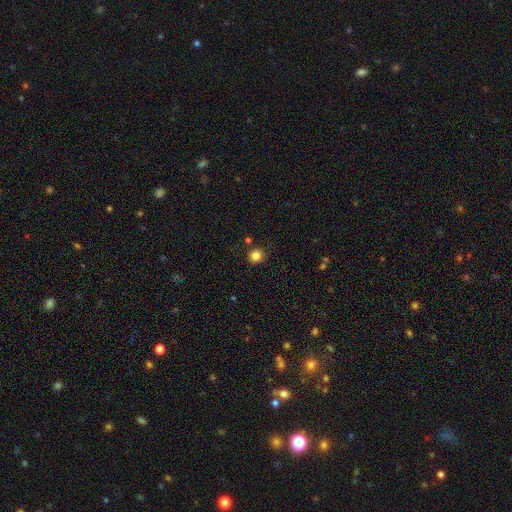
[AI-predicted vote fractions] Smooth or featured? Predicted: smooth (p=0.84). How rounded? Predicted: round (p=0.86). Merging? Predicted: none (p=0.86).